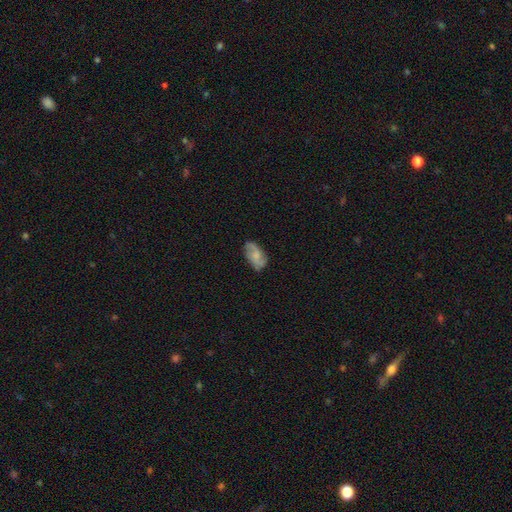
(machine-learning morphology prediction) A smooth galaxy with no disk features (49%). Merging: none (71%).